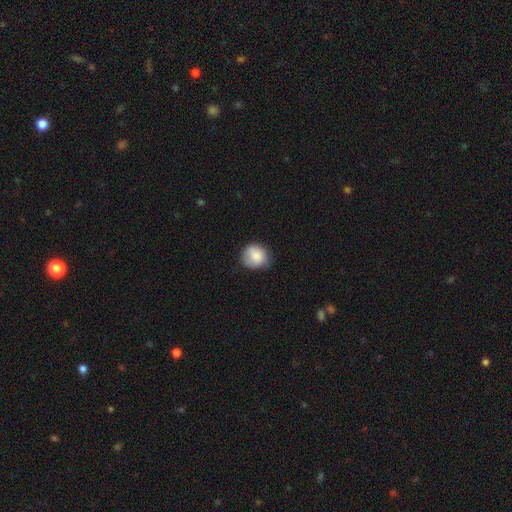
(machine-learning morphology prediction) smooth 82%, featured or disk 11%, star or artifact 7%. Down the decision tree: how rounded — round (77%); merging — none (62%).